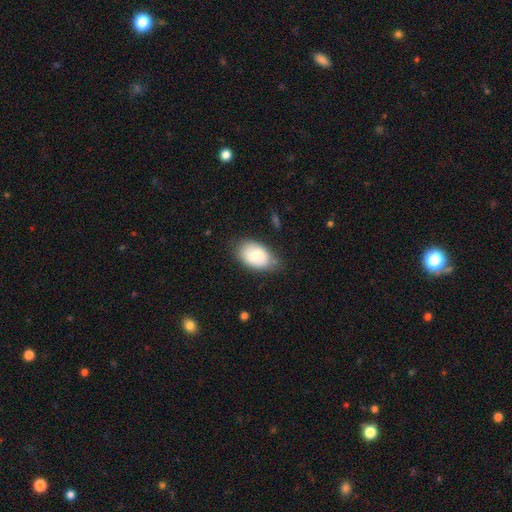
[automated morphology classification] smooth 68%, featured or disk 25%, star or artifact 7%. Down the decision tree: how rounded — in between (90%); merging — none (66%).